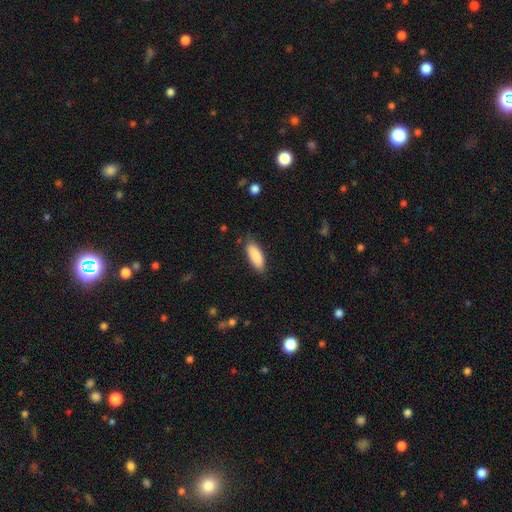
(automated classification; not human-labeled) A smooth galaxy with no disk features (88%) that is in between round and cigar-shaped (72%). Merging: none (79%).